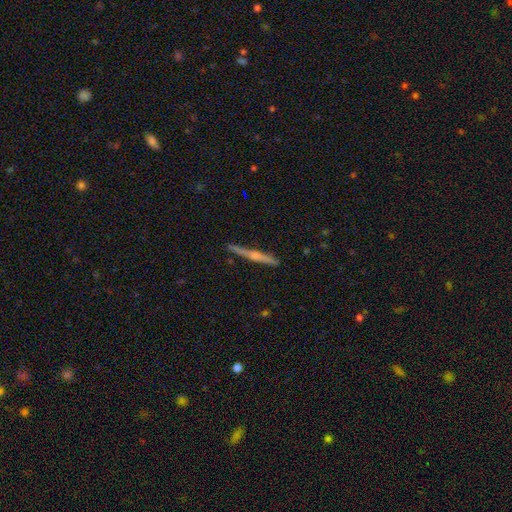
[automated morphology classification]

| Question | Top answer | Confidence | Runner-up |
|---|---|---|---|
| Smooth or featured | featured or disk | 61% | smooth (33%) |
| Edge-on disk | yes | 98% | no (2%) |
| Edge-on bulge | rounded | 60% | none (25%) |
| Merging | none | 87% | minor disturbance (9%) |